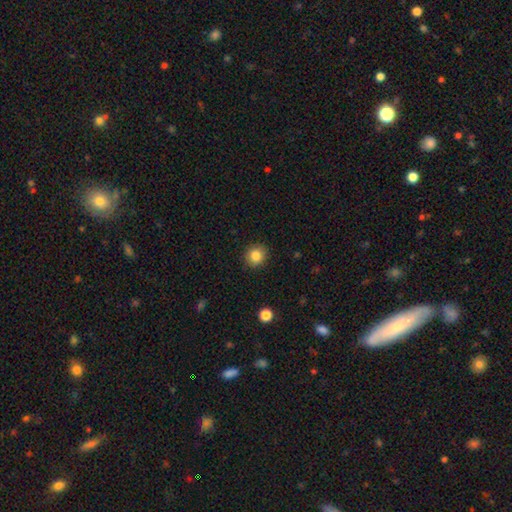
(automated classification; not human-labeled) The model was most divided on "how rounded": round: 85%, in between: 14%, cigar-shaped: 1%. More confident: merging — none (91%); smooth or featured — smooth (84%).